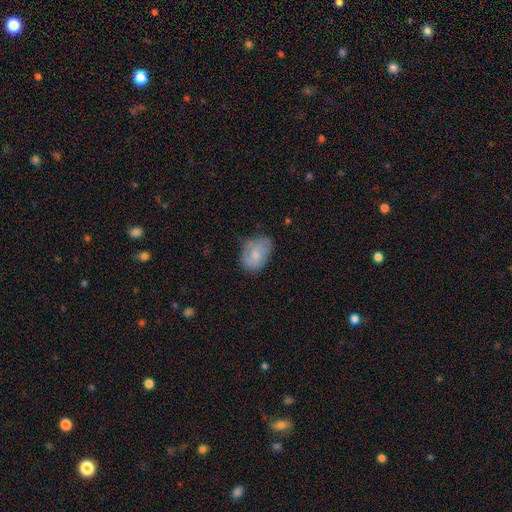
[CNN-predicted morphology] Smooth or featured? smooth (66%)
How rounded? in between (76%)
Merging? none (59%)